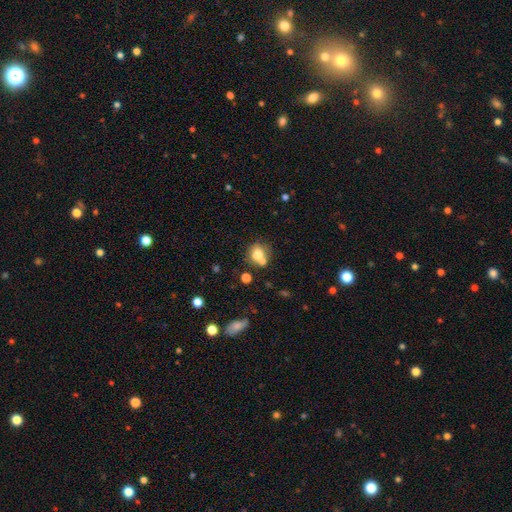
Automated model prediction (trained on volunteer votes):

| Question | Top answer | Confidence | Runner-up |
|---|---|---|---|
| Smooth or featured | smooth | 72% | featured or disk (16%) |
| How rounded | round | 69% | in between (30%) |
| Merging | none | 47% | merger (36%) |